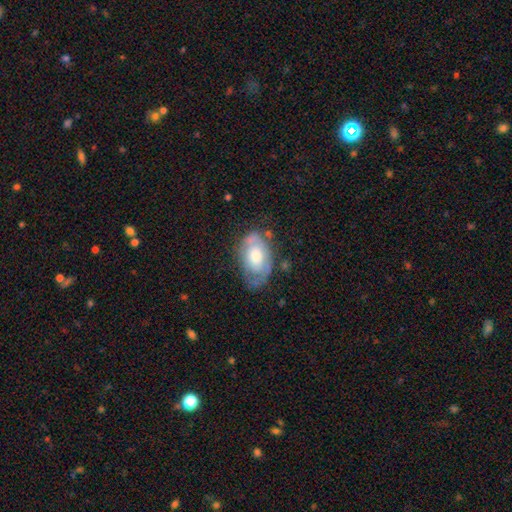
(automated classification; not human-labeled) featured or disk 54%, smooth 40%, star or artifact 7%. Down the decision tree: edge-on disk — no (93%); merging — none (54%).